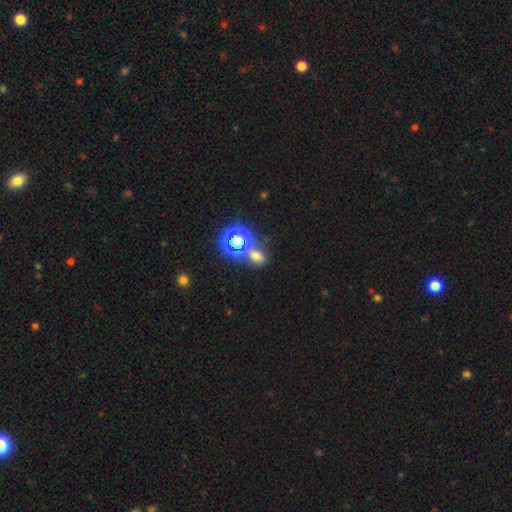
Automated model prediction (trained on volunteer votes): Smooth or featured? Predicted: smooth (p=0.56). How rounded? Predicted: in between (p=0.55). Merging? Predicted: none (p=0.66).